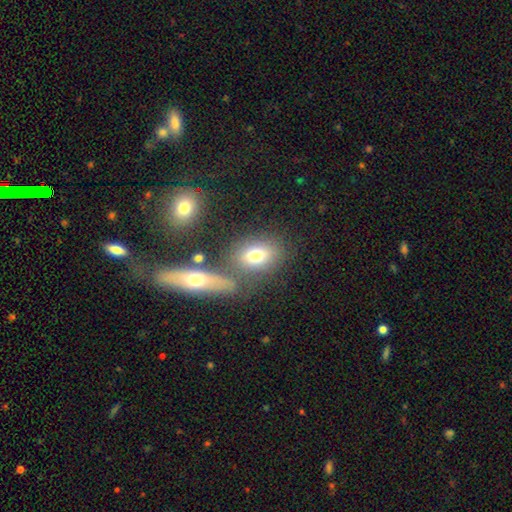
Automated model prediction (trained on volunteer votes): smooth-or-featured: smooth: 71% | featured or disk: 17% | star or artifact: 11%
  how-rounded: in between: 68% | round: 29% | cigar-shaped: 4%
  merging: none: 60% | merger: 20% | minor disturbance: 13% | major disturbance: 7%